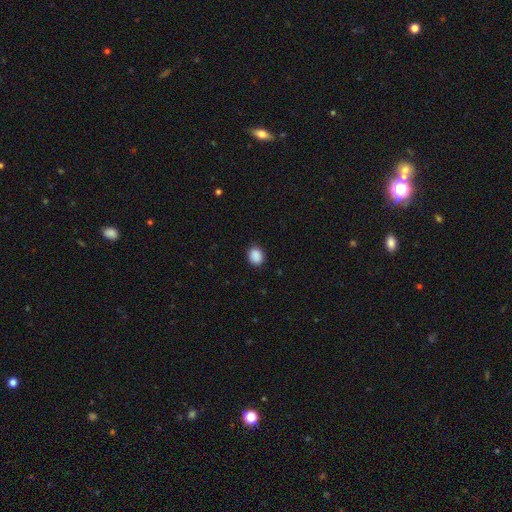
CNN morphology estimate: type=smooth (89%); roundness=round (51%); merging=none (87%).